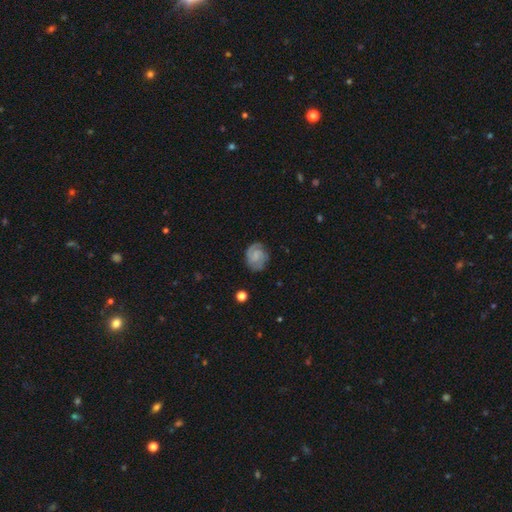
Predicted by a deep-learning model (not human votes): This appears to be a featured or disk galaxy (69%) with no bar (57%), 2 (64%) tight (54%) spiral arms (94%) and a small central bulge (46%). Merging: none (77%).